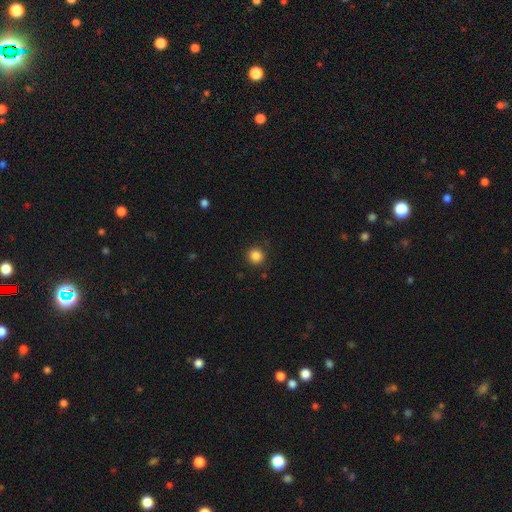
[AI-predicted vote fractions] A smooth galaxy with no disk features (85%) that is round (95%).

Vote fractions:
- Smooth or featured? smooth: 85% / star or artifact: 12% / featured or disk: 4%
- How rounded? round: 95% / in between: 4% / cigar-shaped: 1%
- Merging? none: 90% / minor disturbance: 7% / major disturbance: 2% / merger: 1%